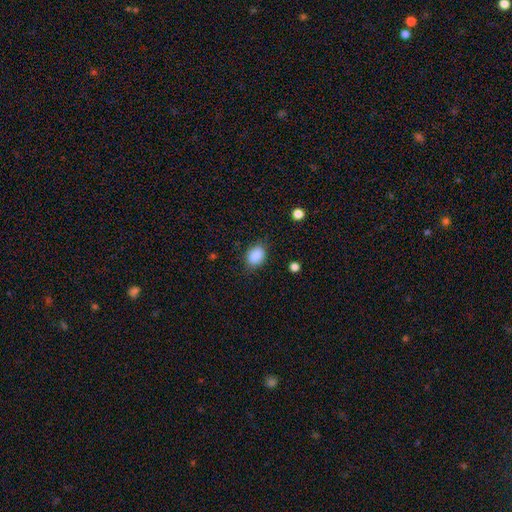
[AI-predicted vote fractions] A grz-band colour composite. It shows a smooth galaxy with no disk features (88%) that is in between round and cigar-shaped (71%). Merging: none (79%).